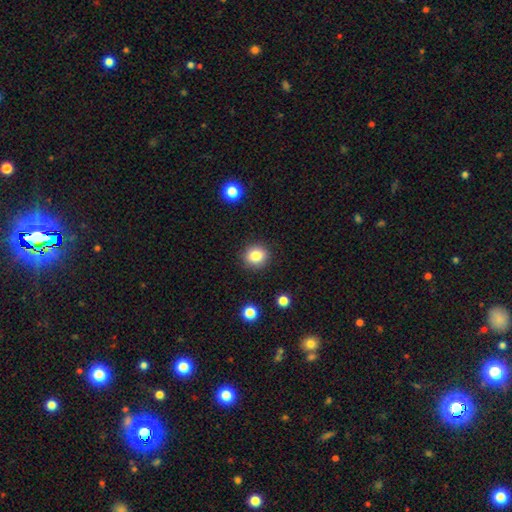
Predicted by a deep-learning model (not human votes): smooth-or-featured: smooth: 83% | star or artifact: 10% | featured or disk: 6%
  how-rounded: round: 85% | in between: 14% | cigar-shaped: 1%
  merging: none: 90% | minor disturbance: 7% | major disturbance: 2% | merger: 1%